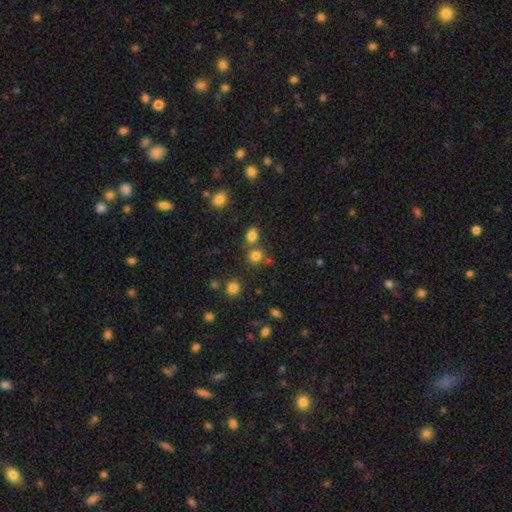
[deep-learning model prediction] Q: Smooth or featured?
A: smooth (78%); runner-up: star or artifact (16%)
Q: How rounded?
A: round (80%); runner-up: in between (19%)
Q: Merging?
A: none (66%); runner-up: merger (23%)